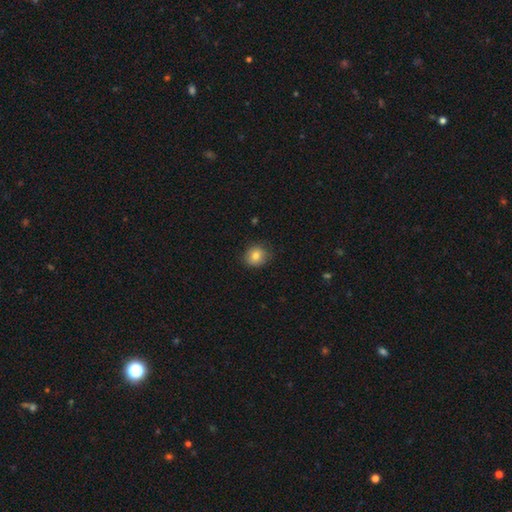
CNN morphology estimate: Smooth or featured?
  - smooth: 82% *
  - star or artifact: 10%
  - featured or disk: 8%
How rounded?
  - round: 79% *
  - in between: 20%
  - cigar-shaped: 1%
Merging?
  - none: 84% *
  - minor disturbance: 13%
  - major disturbance: 2%
  - merger: 1%